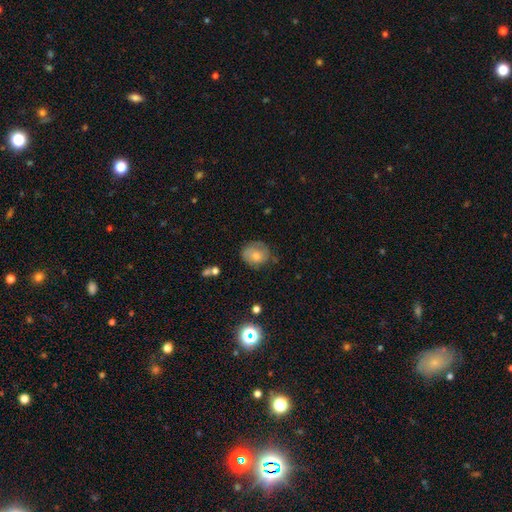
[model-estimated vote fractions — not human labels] This is possibly a smooth galaxy (52%). How rounded: likely round (70%). Merging: likely none (67%).